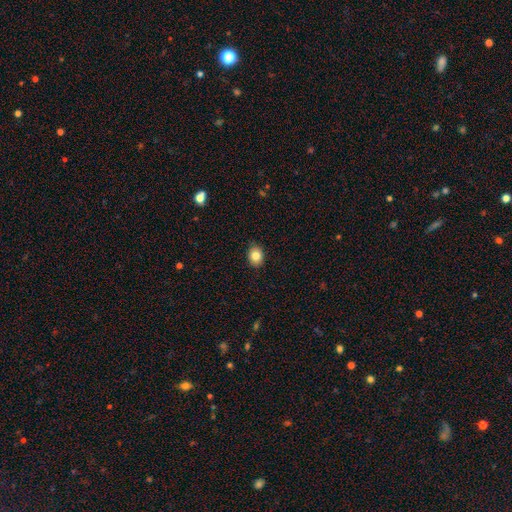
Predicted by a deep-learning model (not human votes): A smooth galaxy with no disk features (83%) that is in between round and cigar-shaped (54%).

Vote fractions:
- Smooth or featured? smooth: 83% / star or artifact: 9% / featured or disk: 8%
- How rounded? in between: 54% / round: 45% / cigar-shaped: 1%
- Merging? none: 86% / minor disturbance: 11% / major disturbance: 2% / merger: 1%